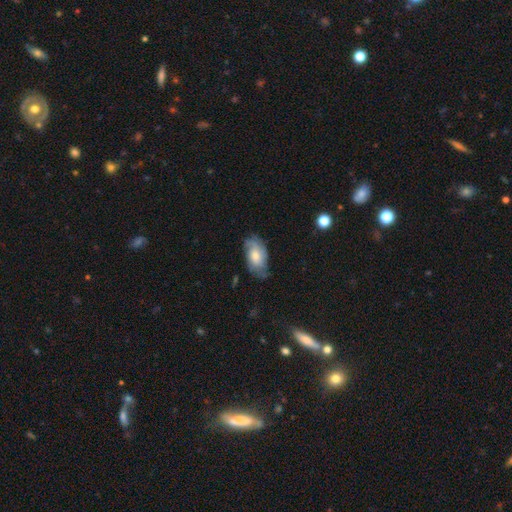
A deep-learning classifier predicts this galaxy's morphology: type=featured or disk (50%); edge-on=no (93%); merging=none (63%).